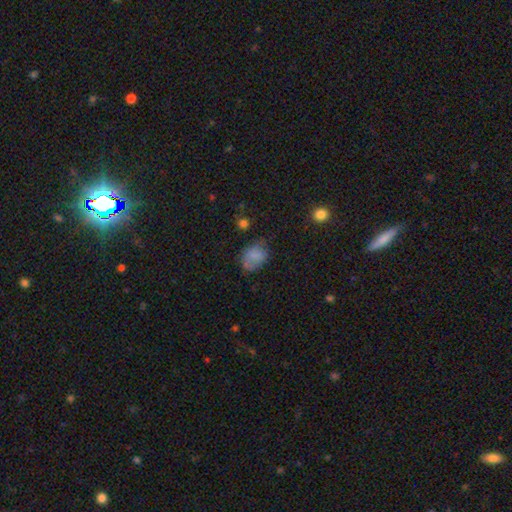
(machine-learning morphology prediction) A smooth galaxy with no disk features (77%) that is in between round and cigar-shaped (68%). Merging: none (52%).